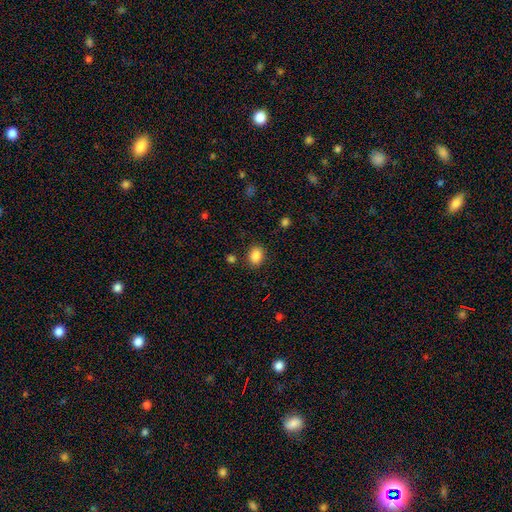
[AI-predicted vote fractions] Smooth or featured? smooth (86%)
How rounded? in between (58%)
Merging? none (85%)